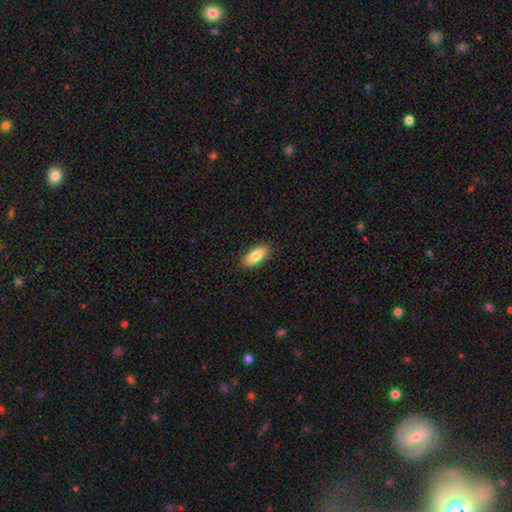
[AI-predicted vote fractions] A smooth galaxy with no disk features (83%) that is in between round and cigar-shaped (86%). Merging: none (88%).